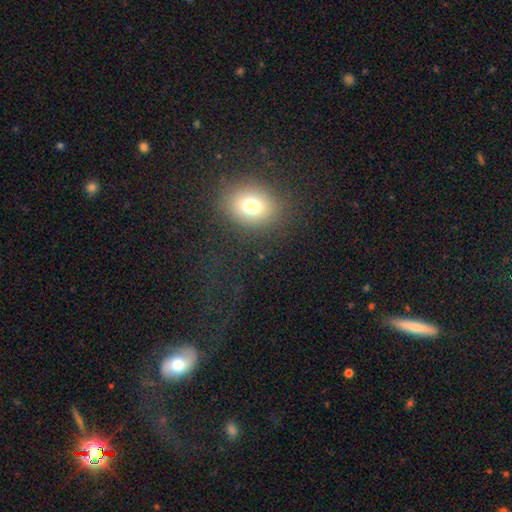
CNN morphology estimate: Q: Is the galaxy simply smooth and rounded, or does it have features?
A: smooth — 70%.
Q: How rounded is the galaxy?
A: in between — 50%.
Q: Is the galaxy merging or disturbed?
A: none — 78%.